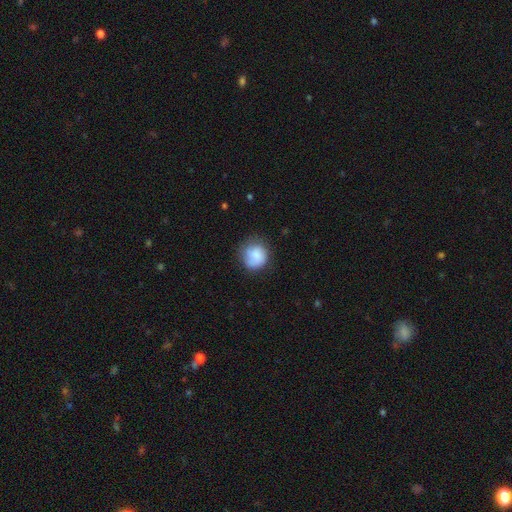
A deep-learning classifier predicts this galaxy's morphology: This appears to be a smooth galaxy with no disk features (76%) that is round (85%). Merging: none (66%).